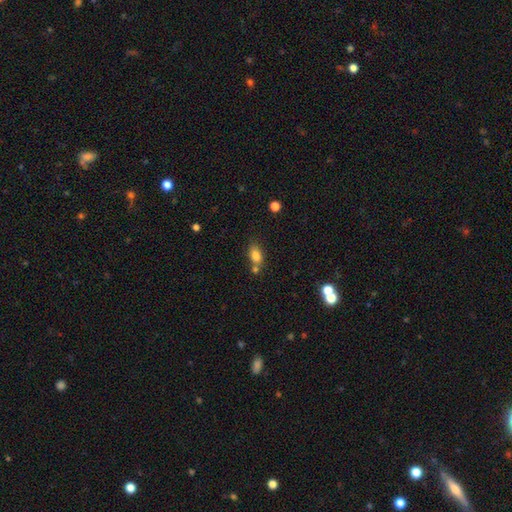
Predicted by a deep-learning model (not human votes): Smooth or featured? smooth (81%)
How rounded? in between (80%)
Merging? none (56%)